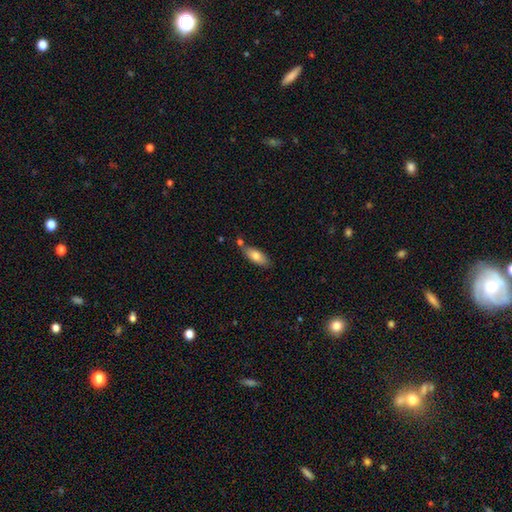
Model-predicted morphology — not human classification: Smooth or featured: smooth — 75% (featured or disk — 18%)
How rounded: in between — 77% (cigar-shaped — 20%)
Merging: none — 66% (minor disturbance — 17%)